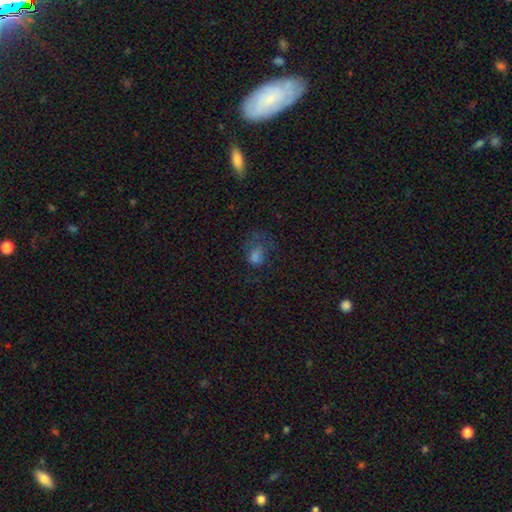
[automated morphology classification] This is possibly a smooth galaxy (59%). How rounded: likely in between (64%). Merging: marginally major disturbance (39%).